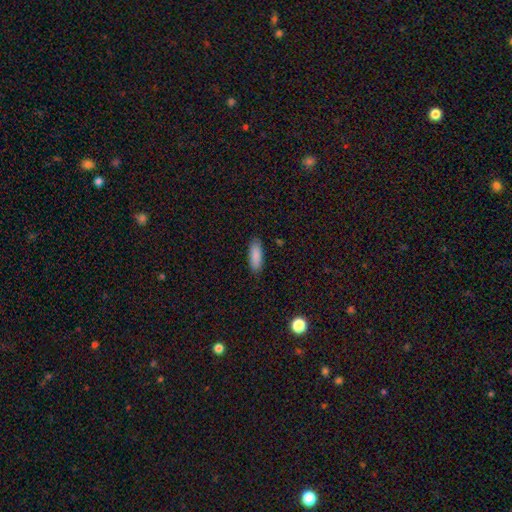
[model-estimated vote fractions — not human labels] smooth 88%, star or artifact 7%, featured or disk 5%. Down the decision tree: how rounded — in between (65%); merging — none (87%).